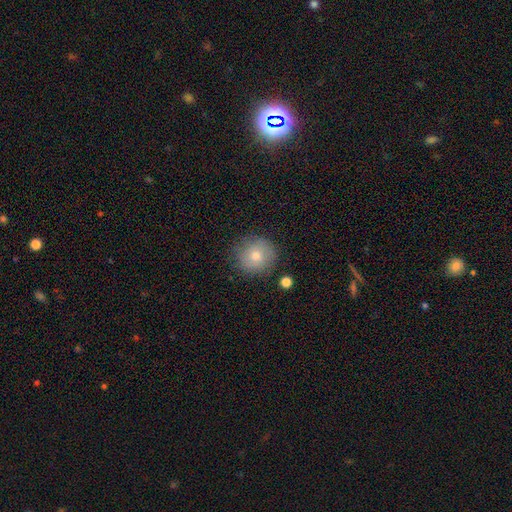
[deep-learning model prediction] Smooth or featured: smooth — 73% (featured or disk — 17%)
How rounded: round — 92% (in between — 7%)
Merging: none — 83% (minor disturbance — 12%)